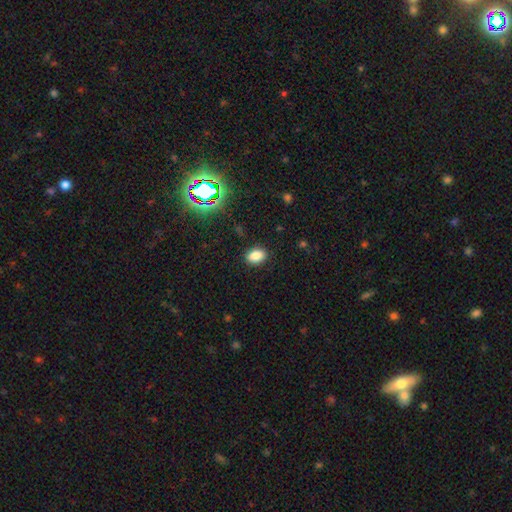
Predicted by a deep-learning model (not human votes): A smooth galaxy with no disk features (85%) that is in between round and cigar-shaped (84%).

Vote fractions:
- Smooth or featured? smooth: 85% / star or artifact: 11% / featured or disk: 4%
- How rounded? in between: 84% / round: 15% / cigar-shaped: 2%
- Merging? none: 87% / minor disturbance: 9% / major disturbance: 2% / merger: 1%